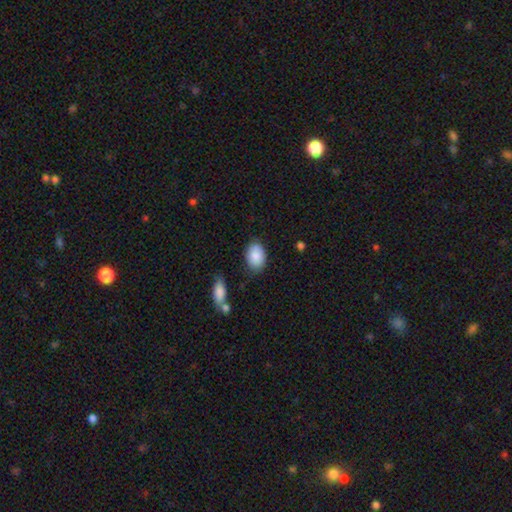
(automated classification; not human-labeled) A smooth galaxy with no disk features (84%) that is in between round and cigar-shaped (83%). Merging: none (76%).